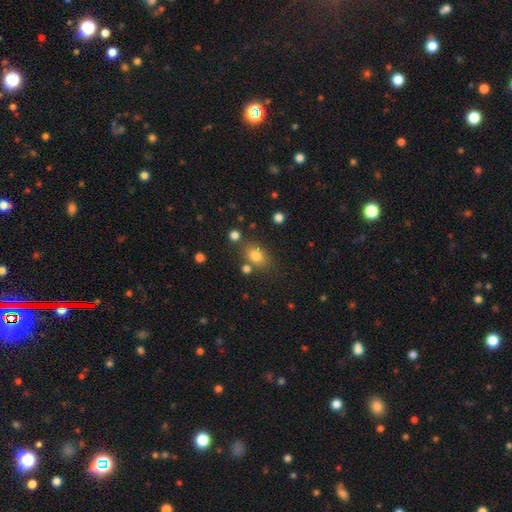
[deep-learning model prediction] The model was most divided on "how rounded": in between: 65%, round: 33%, cigar-shaped: 2%. More confident: smooth or featured — smooth (79%); merging — none (73%).